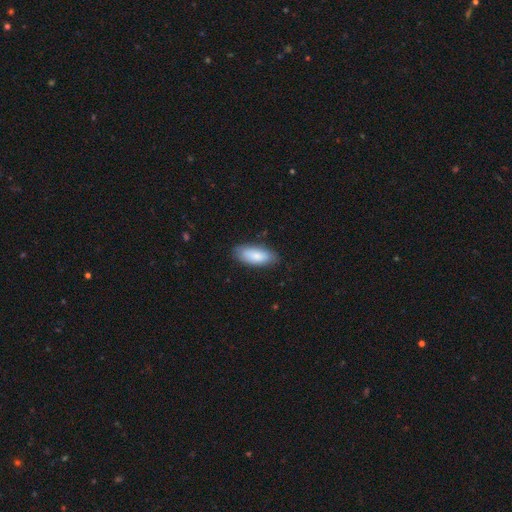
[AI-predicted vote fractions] Q: Smooth or featured?
A: smooth (84%); runner-up: featured or disk (10%)
Q: How rounded?
A: in between (84%); runner-up: cigar-shaped (14%)
Q: Merging?
A: none (82%); runner-up: minor disturbance (14%)